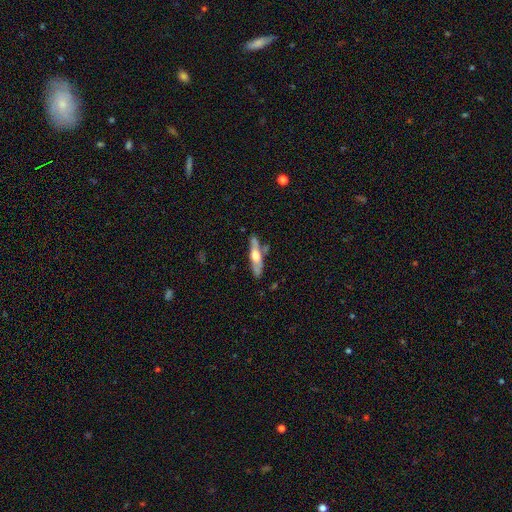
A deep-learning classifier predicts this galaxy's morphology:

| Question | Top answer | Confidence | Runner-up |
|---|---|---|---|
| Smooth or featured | featured or disk | 53% | smooth (41%) |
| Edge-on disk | yes | 84% | no (16%) |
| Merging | none | 69% | minor disturbance (18%) |